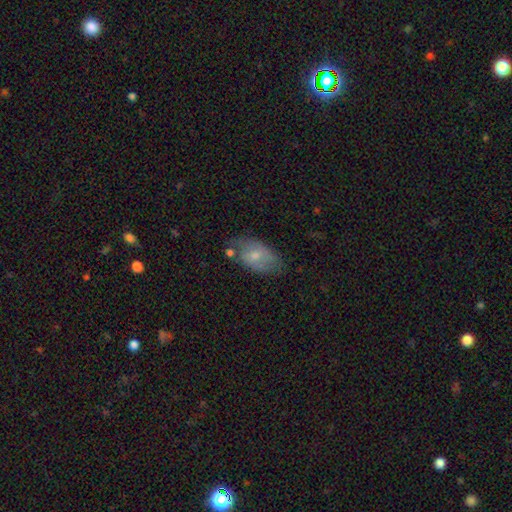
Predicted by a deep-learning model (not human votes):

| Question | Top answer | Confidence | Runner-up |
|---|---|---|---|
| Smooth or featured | smooth | 57% | featured or disk (36%) |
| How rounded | in between | 90% | round (7%) |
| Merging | none | 55% | minor disturbance (27%) |